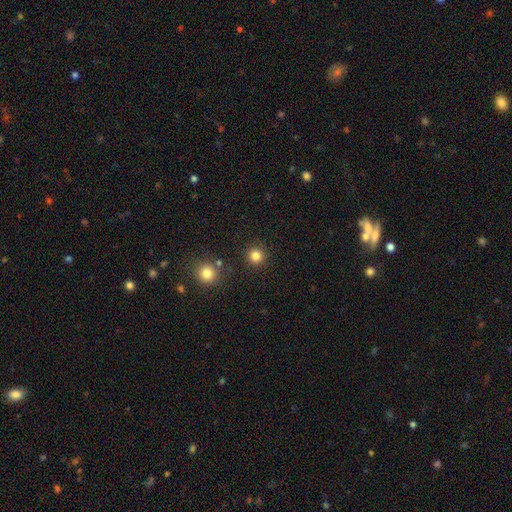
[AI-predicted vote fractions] smooth_or_featured: smooth (p=0.83) [alt: star or artifact p=0.12]
how_rounded: round (p=0.95) [alt: in between p=0.04]
merging: none (p=0.90) [alt: minor disturbance p=0.05]